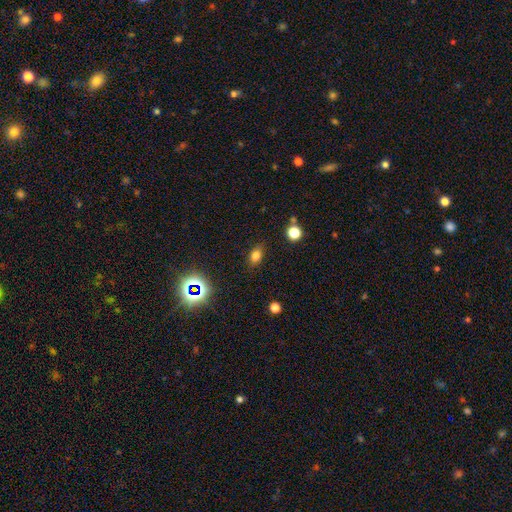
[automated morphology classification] Smooth or featured?
  - smooth: 74% *
  - star or artifact: 18%
  - featured or disk: 8%
How rounded?
  - in between: 77% *
  - round: 20%
  - cigar-shaped: 3%
Merging?
  - none: 84% *
  - minor disturbance: 12%
  - major disturbance: 3%
  - merger: 2%